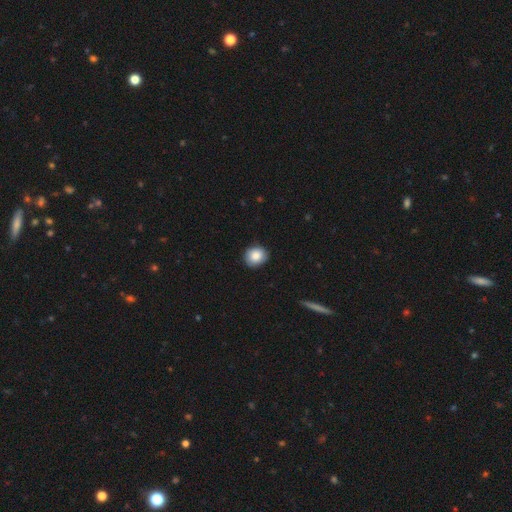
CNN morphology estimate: This appears to be a smooth galaxy with no disk features (86%) that is round (73%). Merging: none (87%).